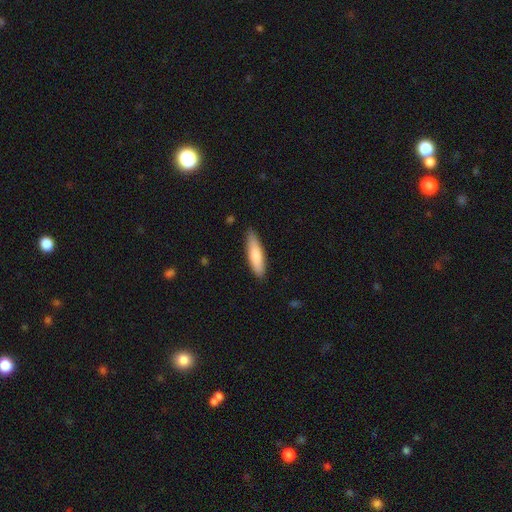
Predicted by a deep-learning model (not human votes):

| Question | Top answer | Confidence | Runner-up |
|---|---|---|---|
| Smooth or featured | smooth | 82% | featured or disk (13%) |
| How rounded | cigar-shaped | 66% | in between (33%) |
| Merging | none | 84% | minor disturbance (13%) |